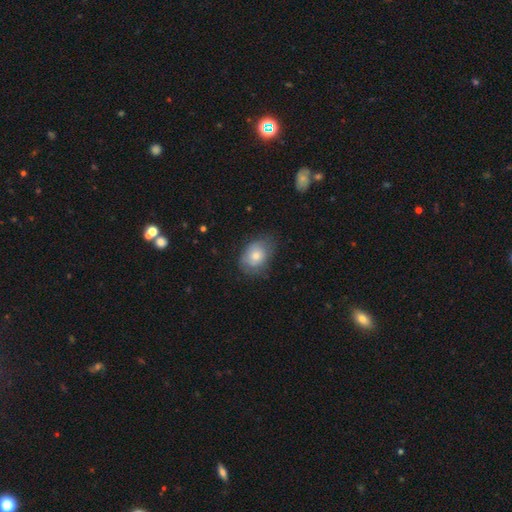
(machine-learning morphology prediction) This is likely a smooth galaxy (72%). How rounded: likely in between (65%). Merging: likely none (62%).